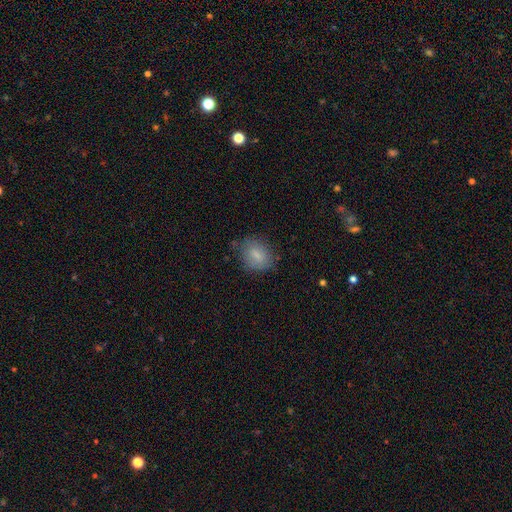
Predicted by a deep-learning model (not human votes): A smooth galaxy with no disk features (80%) that is in between round and cigar-shaped (60%).

Vote fractions:
- Smooth or featured? smooth: 80% / featured or disk: 12% / star or artifact: 8%
- How rounded? in between: 60% / round: 38% / cigar-shaped: 2%
- Merging? none: 73% / minor disturbance: 20% / major disturbance: 6% / merger: 2%